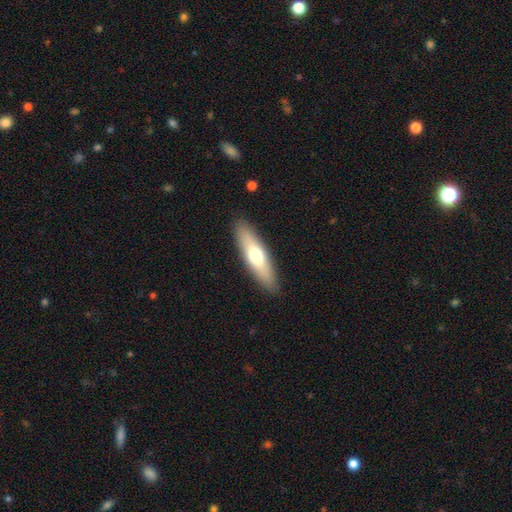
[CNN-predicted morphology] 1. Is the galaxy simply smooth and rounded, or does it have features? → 61% smooth, 34% featured or disk, 6% star or artifact.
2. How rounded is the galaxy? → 61% cigar-shaped, 37% in between, 2% round.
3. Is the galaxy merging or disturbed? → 89% none, 8% minor disturbance, 2% major disturbance, 1% merger.